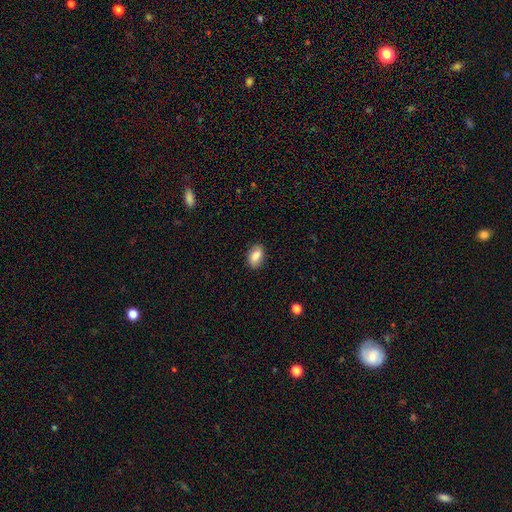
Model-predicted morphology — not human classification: Smooth or featured: smooth — 84% (featured or disk — 8%)
How rounded: in between — 86% (round — 12%)
Merging: none — 86% (minor disturbance — 11%)